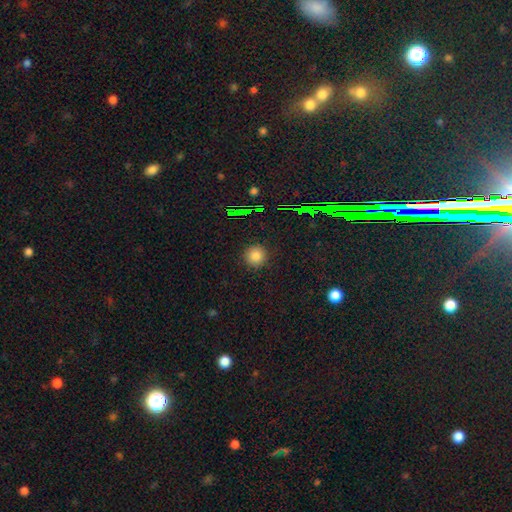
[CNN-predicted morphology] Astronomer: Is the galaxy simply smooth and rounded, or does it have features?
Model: smooth — 80%.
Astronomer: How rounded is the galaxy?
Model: round — 93%.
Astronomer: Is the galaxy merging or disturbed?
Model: none — 90%.